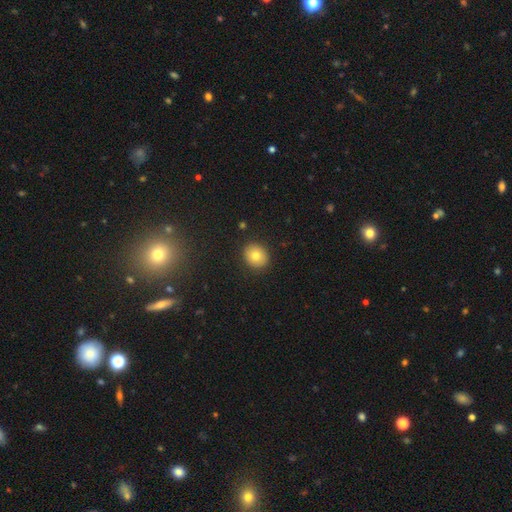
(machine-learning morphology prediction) Smooth or featured? Predicted: smooth (p=0.78). How rounded? Predicted: round (p=0.69). Merging? Predicted: none (p=0.90).